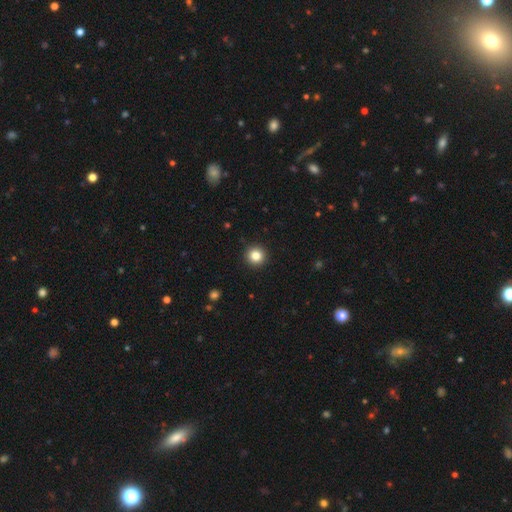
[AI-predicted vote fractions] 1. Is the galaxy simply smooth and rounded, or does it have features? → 83% smooth, 11% star or artifact, 6% featured or disk.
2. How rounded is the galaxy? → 96% round, 3% in between, 1% cigar-shaped.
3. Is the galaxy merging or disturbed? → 93% none, 4% minor disturbance, 2% major disturbance, 1% merger.